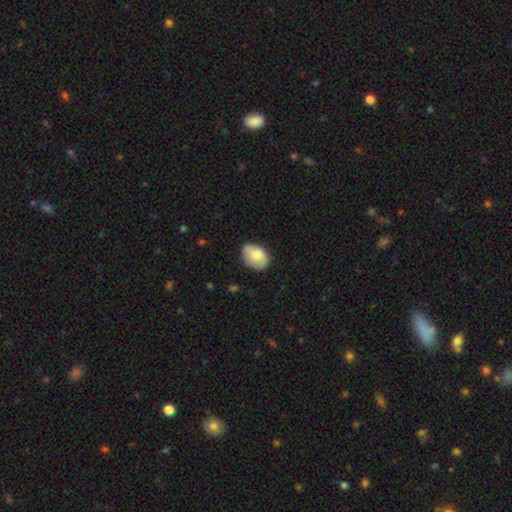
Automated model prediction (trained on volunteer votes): Overall: smooth (72%). How rounded: in between (77%). Merging: none (70%).